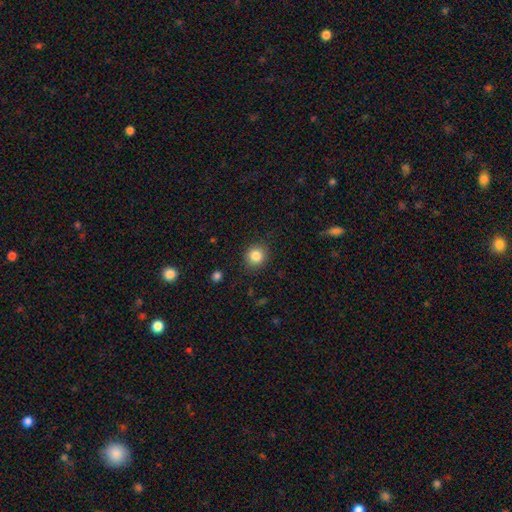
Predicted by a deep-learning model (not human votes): Smooth or featured? Predicted: smooth (p=0.84). How rounded? Predicted: round (p=0.87). Merging? Predicted: none (p=0.89).